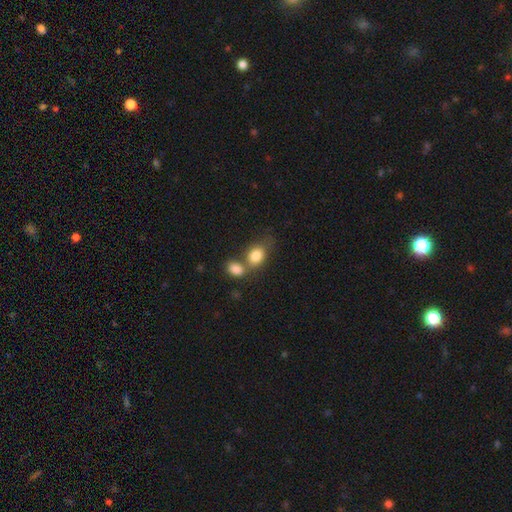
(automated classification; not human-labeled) Overall: smooth (83%). How rounded: in between (67%; round 32%). Merging: merger (46%; none 38%).